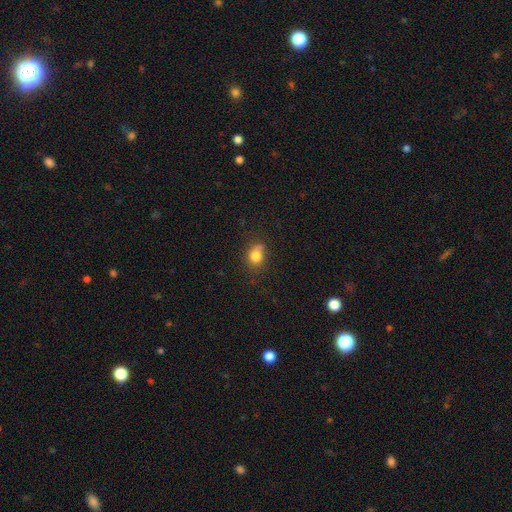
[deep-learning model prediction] This is likely a smooth galaxy (79%). How rounded: possibly round (54%). Merging: possibly none (55%).